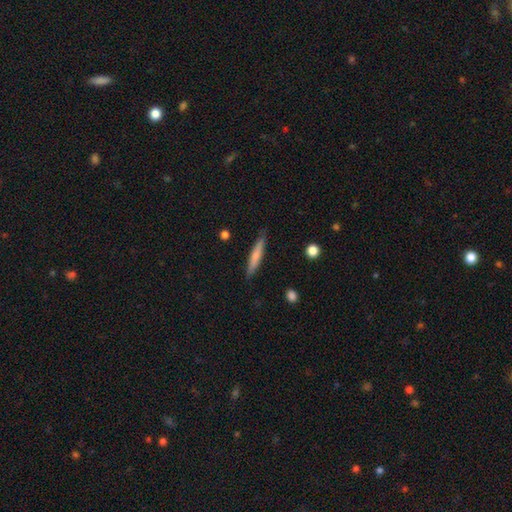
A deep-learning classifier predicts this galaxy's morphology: A smooth galaxy with no disk features (68%) that is cigar-shaped (92%).

Vote fractions:
- Smooth or featured? smooth: 68% / featured or disk: 27% / star or artifact: 6%
- How rounded? cigar-shaped: 92% / in between: 6% / round: 1%
- Merging? none: 87% / minor disturbance: 10% / major disturbance: 2% / merger: 1%